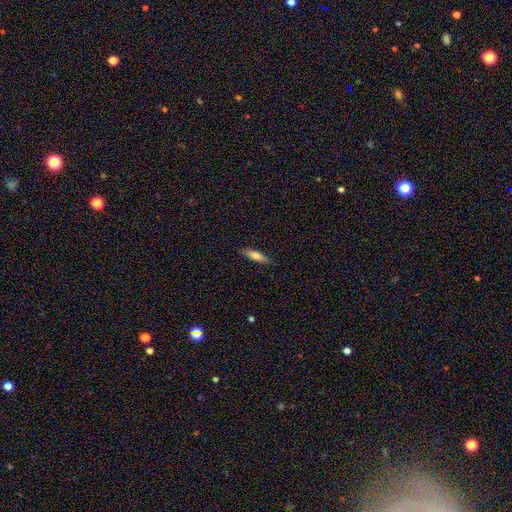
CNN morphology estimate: smooth_or_featured: smooth (p=0.71) [alt: featured or disk p=0.23]
how_rounded: cigar-shaped (p=0.64) [alt: in between p=0.34]
merging: none (p=0.85) [alt: minor disturbance p=0.11]